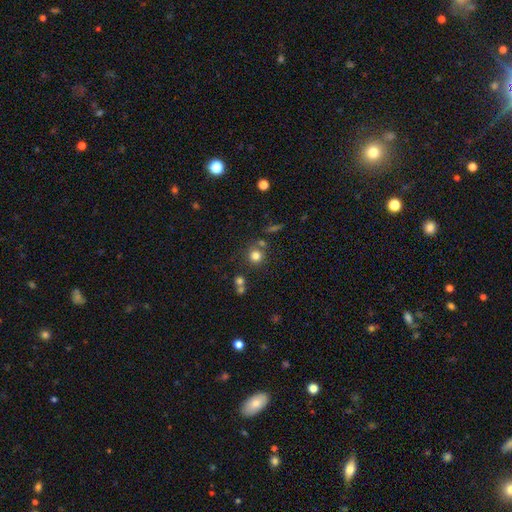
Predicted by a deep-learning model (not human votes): smooth_or_featured: smooth (p=0.77) [alt: star or artifact p=0.14]
how_rounded: round (p=0.91) [alt: in between p=0.08]
merging: none (p=0.71) [alt: merger p=0.16]